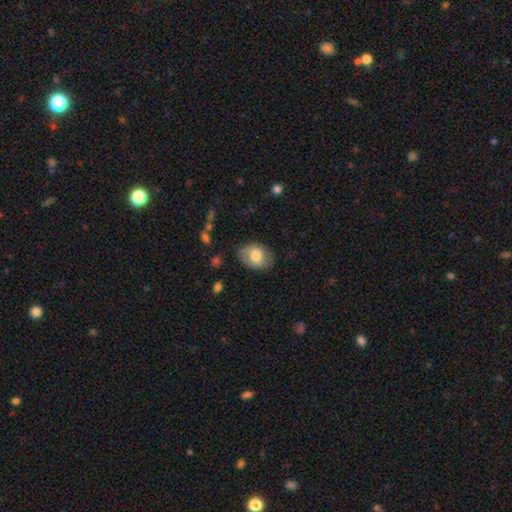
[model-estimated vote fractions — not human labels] Q: Smooth or featured?
A: smooth (73%); runner-up: featured or disk (21%)
Q: How rounded?
A: in between (77%); runner-up: round (22%)
Q: Merging?
A: none (76%); runner-up: minor disturbance (18%)